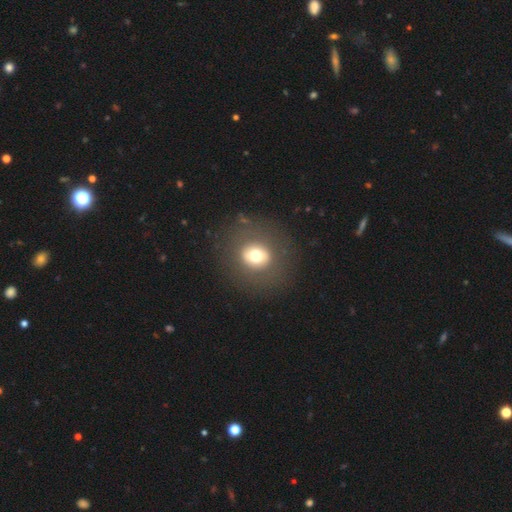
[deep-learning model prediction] smooth-or-featured: smooth: 63% | featured or disk: 24% | star or artifact: 12%
  how-rounded: round: 81% | in between: 18% | cigar-shaped: 1%
  merging: none: 83% | minor disturbance: 9% | major disturbance: 7% | merger: 1%